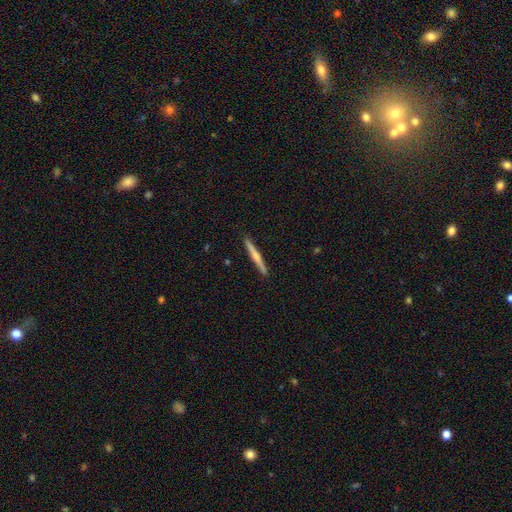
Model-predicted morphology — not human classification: A featured or disk galaxy (52%) viewed edge-on (98%) with a rounded central bulge (66%). Merging: none (91%).